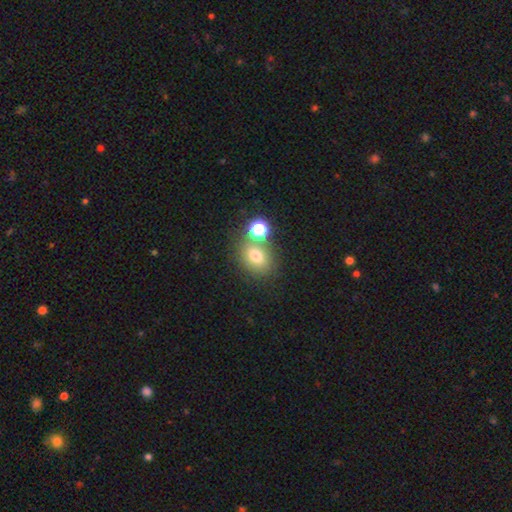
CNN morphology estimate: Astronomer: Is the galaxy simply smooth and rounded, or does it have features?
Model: smooth — 71%.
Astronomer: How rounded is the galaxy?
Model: in between — 52% (runner-up: round, 47%).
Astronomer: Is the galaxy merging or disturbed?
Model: none — 60%.